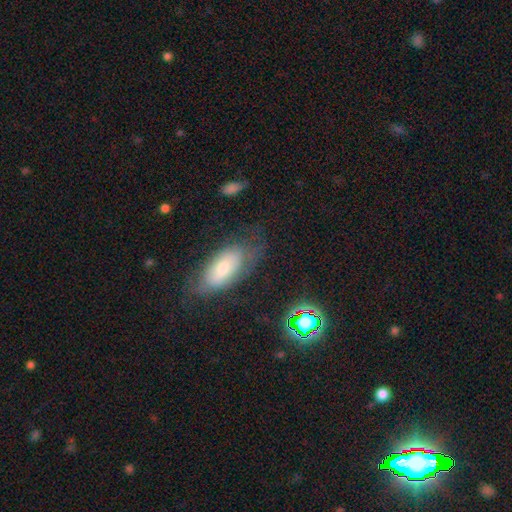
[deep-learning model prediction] A smooth galaxy with no disk features (40%). Merging: none (70%).